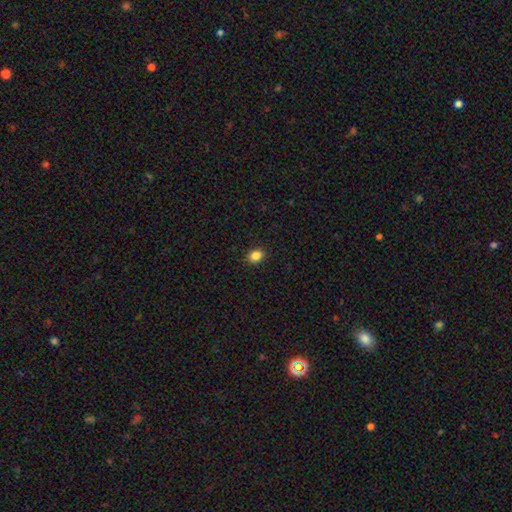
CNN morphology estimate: This appears to be a smooth galaxy with no disk features (86%) that is in between round and cigar-shaped (57%). Merging: none (91%).